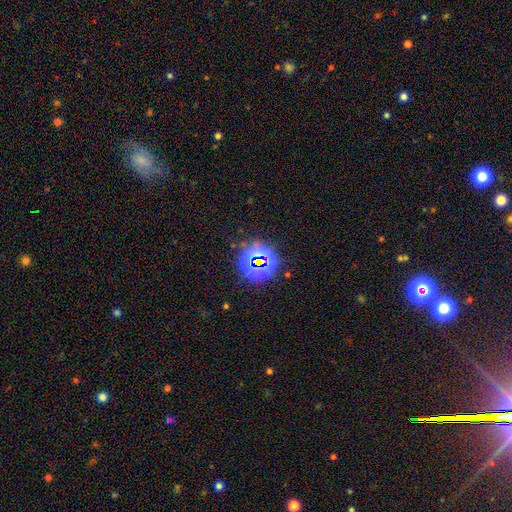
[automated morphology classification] This appears to be a star or artifact, not a galaxy (74%).